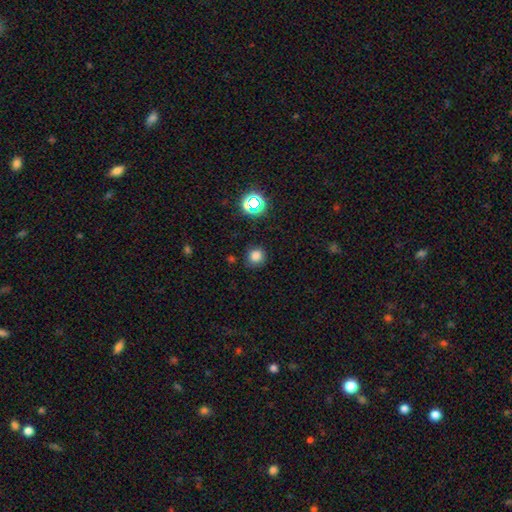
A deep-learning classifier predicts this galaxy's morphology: smooth-or-featured: smooth: 78% | star or artifact: 17% | featured or disk: 5%
  how-rounded: round: 89% | in between: 10% | cigar-shaped: 1%
  merging: none: 84% | minor disturbance: 11% | major disturbance: 3% | merger: 2%